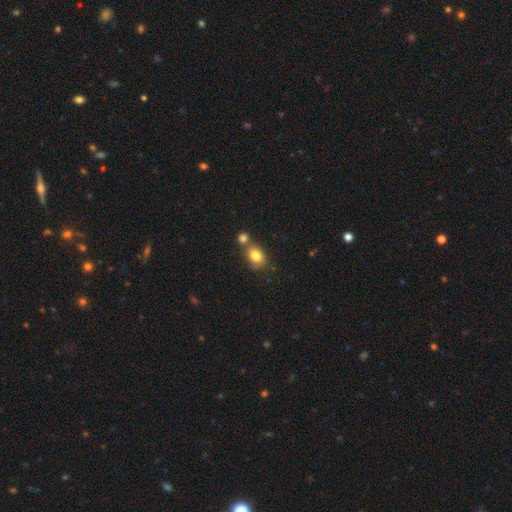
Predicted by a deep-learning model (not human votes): Overall: smooth (80%). How rounded: in between (62%; round 36%). Merging: none (47%; merger 35%).